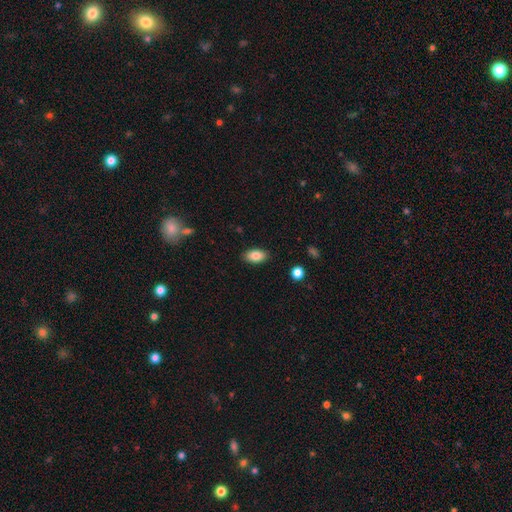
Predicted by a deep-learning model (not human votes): A smooth galaxy with no disk features (84%) that is in between round and cigar-shaped (92%). Merging: none (88%).